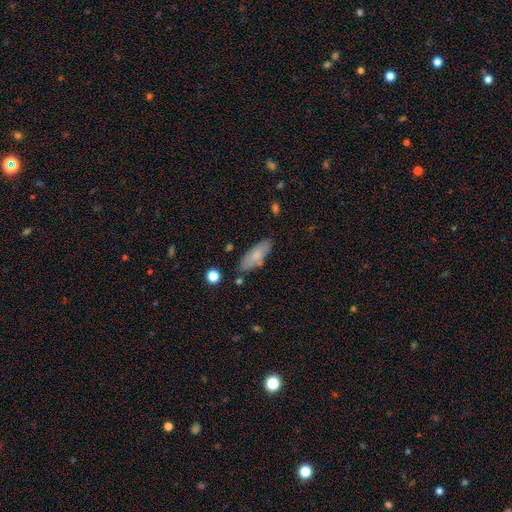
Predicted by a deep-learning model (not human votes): Smooth or featured: smooth — 74% (featured or disk — 19%)
How rounded: in between — 71% (cigar-shaped — 27%)
Merging: none — 77% (minor disturbance — 15%)